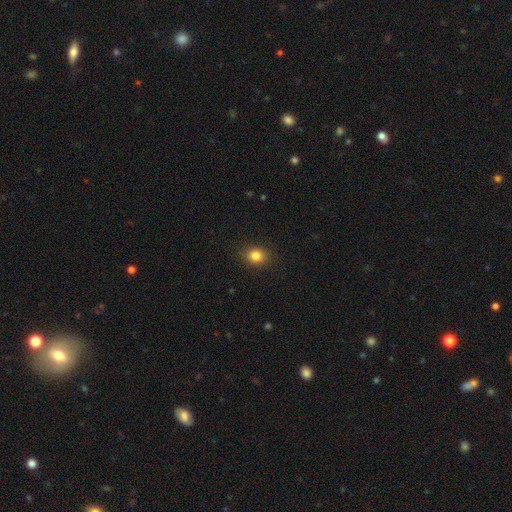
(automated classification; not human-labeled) This is clearly a smooth galaxy (84%). How rounded: possibly round (59%). Merging: clearly none (89%).